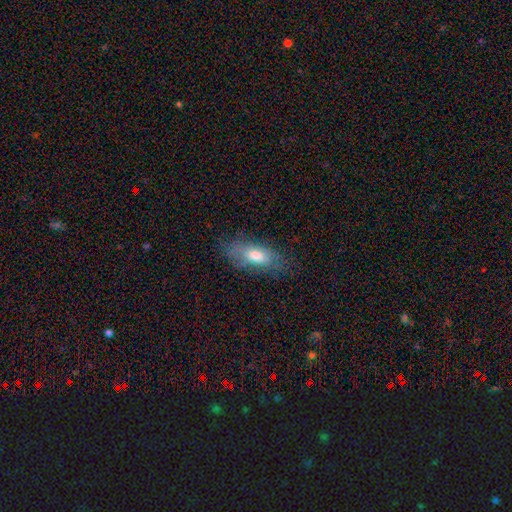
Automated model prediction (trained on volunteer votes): smooth-or-featured: smooth: 68% | featured or disk: 25% | star or artifact: 8%
  how-rounded: in between: 80% | cigar-shaped: 17% | round: 4%
  merging: none: 63% | minor disturbance: 24% | major disturbance: 11% | merger: 1%